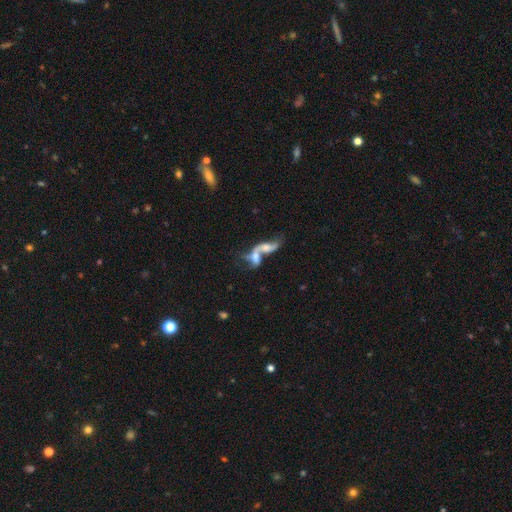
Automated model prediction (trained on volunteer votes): smooth_or_featured: featured or disk (p=0.54) [alt: smooth p=0.36]
disk_edge_on: no (p=0.89) [alt: yes p=0.11]
merging: merger (p=0.71) [alt: none p=0.14]